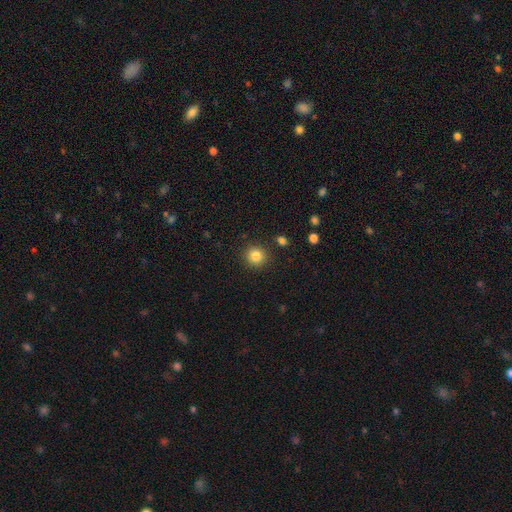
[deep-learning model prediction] Smooth or featured: smooth — 84% (star or artifact — 11%)
How rounded: round — 91% (in between — 8%)
Merging: none — 88% (minor disturbance — 7%)